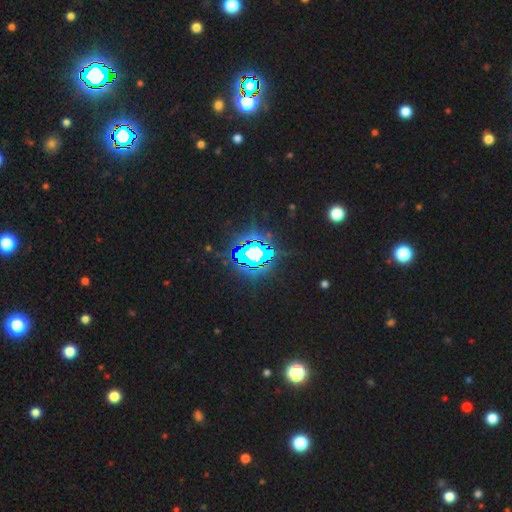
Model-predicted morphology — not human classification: type=star or artifact (79%).